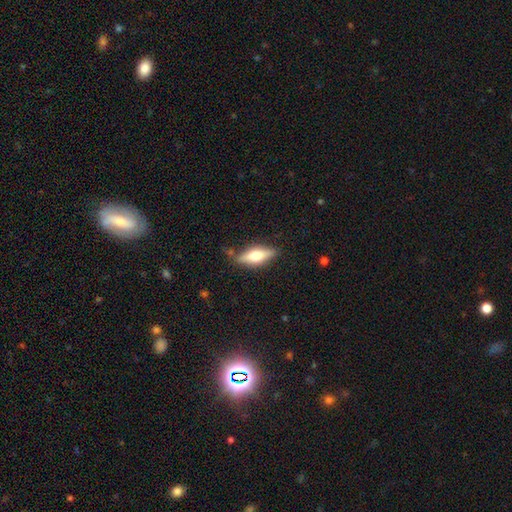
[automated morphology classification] Smooth or featured? Predicted: smooth (p=0.52). How rounded? Predicted: in between (p=0.58). Merging? Predicted: none (p=0.79).